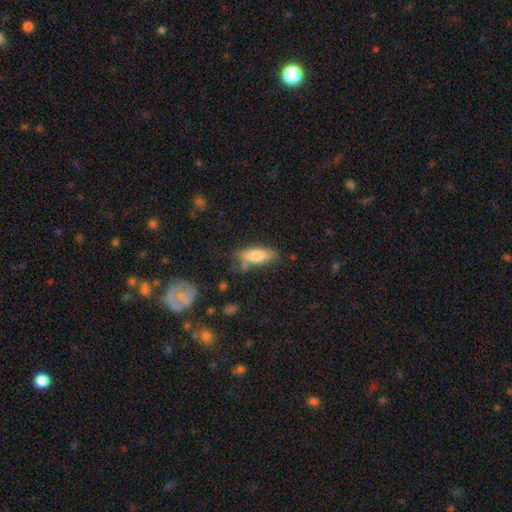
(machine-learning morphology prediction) Overall: smooth (75%). How rounded: in between (61%; cigar-shaped 37%). Merging: none (64%).